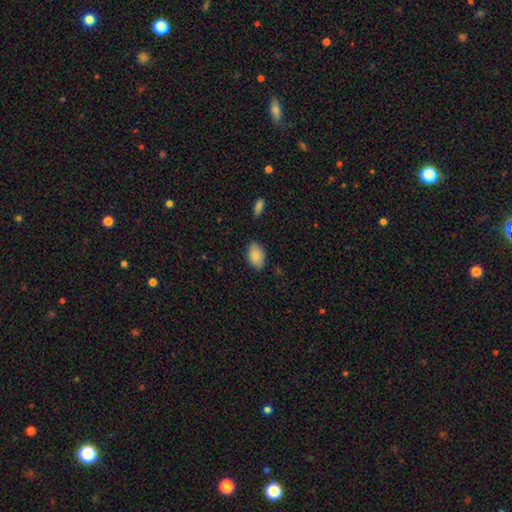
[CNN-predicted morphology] This appears to be a smooth galaxy with no disk features (86%) that is in between round and cigar-shaped (90%). Merging: none (83%).